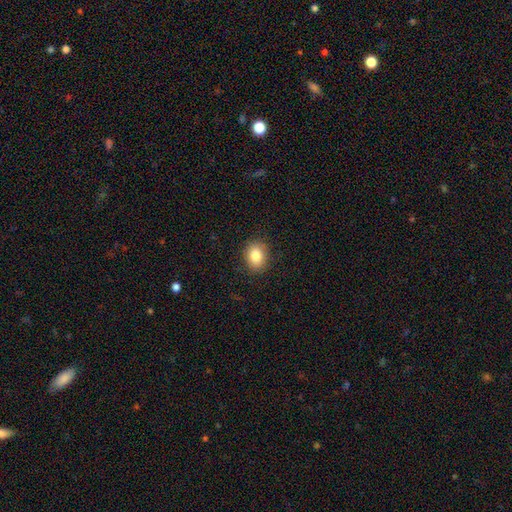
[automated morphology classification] smooth-or-featured: smooth: 85% | star or artifact: 9% | featured or disk: 7%
  how-rounded: in between: 59% | round: 40% | cigar-shaped: 1%
  merging: none: 87% | minor disturbance: 9% | major disturbance: 3% | merger: 1%